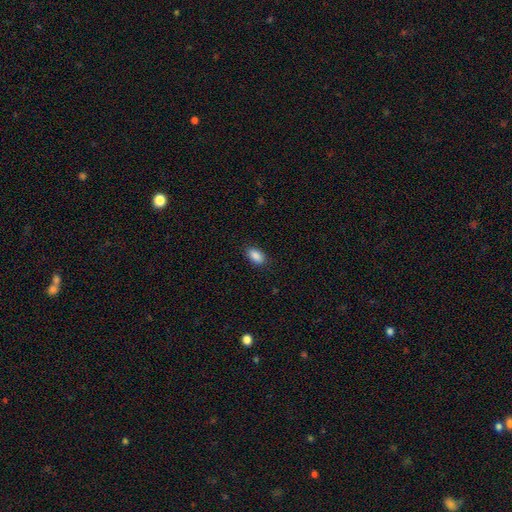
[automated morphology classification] A smooth galaxy with no disk features (89%) that is in between round and cigar-shaped (91%).

Vote fractions:
- Smooth or featured? smooth: 89% / star or artifact: 8% / featured or disk: 4%
- How rounded? in between: 91% / round: 6% / cigar-shaped: 3%
- Merging? none: 86% / minor disturbance: 10% / major disturbance: 2% / merger: 1%